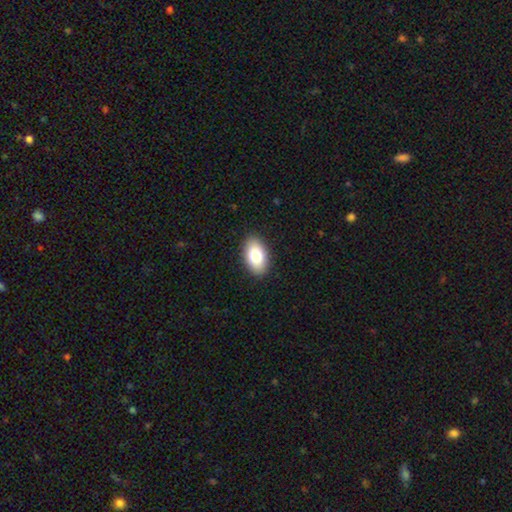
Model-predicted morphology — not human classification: type=smooth (81%); roundness=in between (93%); merging=none (90%).